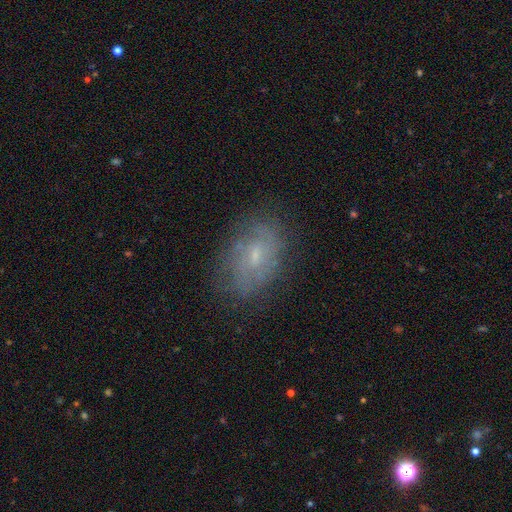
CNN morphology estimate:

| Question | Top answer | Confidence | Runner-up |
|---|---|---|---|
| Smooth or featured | featured or disk | 50% | smooth (40%) |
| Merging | none | 69% | minor disturbance (21%) |